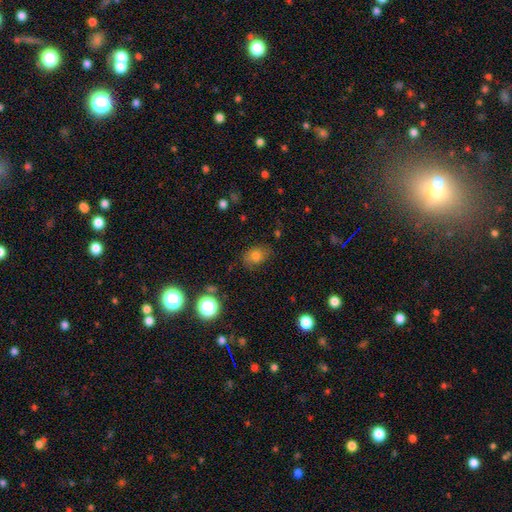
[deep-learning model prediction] Smooth or featured? Predicted: smooth (p=0.73). How rounded? Predicted: in between (p=0.68). Merging? Predicted: none (p=0.72).